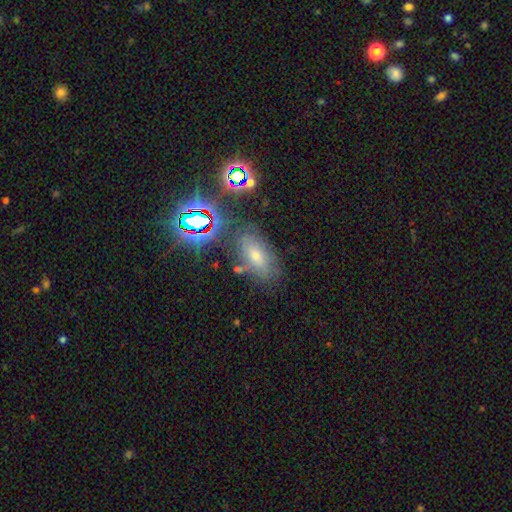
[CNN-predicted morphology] A smooth galaxy with no disk features (52%) that is in between round and cigar-shaped (87%). Merging: none (68%).